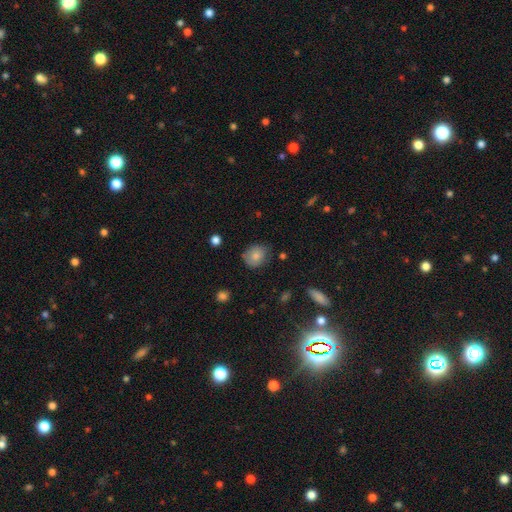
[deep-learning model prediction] Smooth or featured? Predicted: smooth (p=0.81). How rounded? Predicted: round (p=0.70). Merging? Predicted: none (p=0.72).